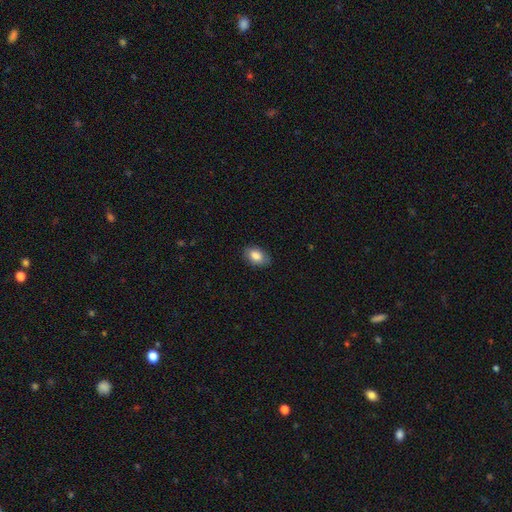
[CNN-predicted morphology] The model was most divided on "how rounded": in between: 85%, round: 14%, cigar-shaped: 1%. More confident: merging — none (85%); smooth or featured — smooth (84%).